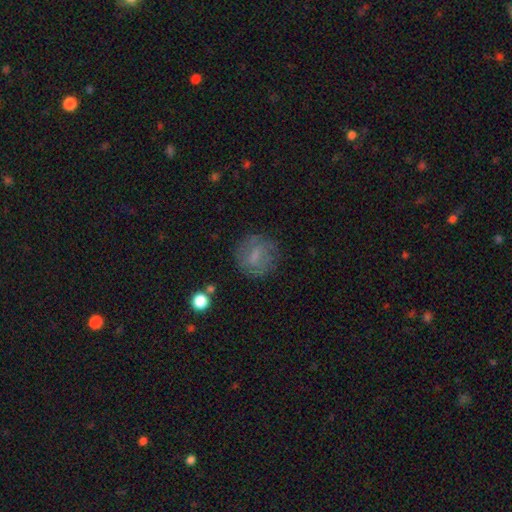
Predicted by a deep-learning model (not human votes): This appears to be a smooth galaxy with no disk features (57%) that is round (82%). Merging: none (74%).